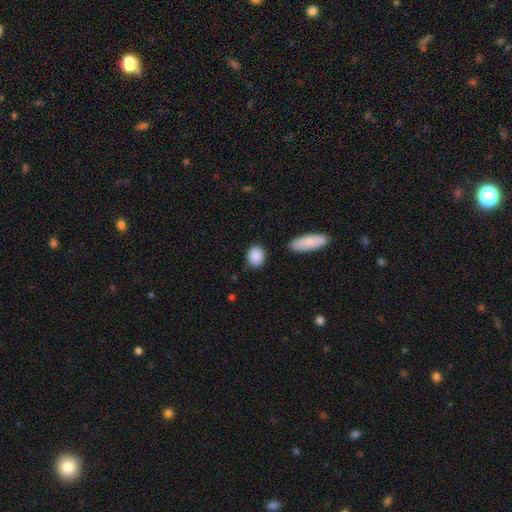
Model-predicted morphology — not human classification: smooth 89%, star or artifact 7%, featured or disk 4%. Down the decision tree: how rounded — round (50%); merging — none (83%).